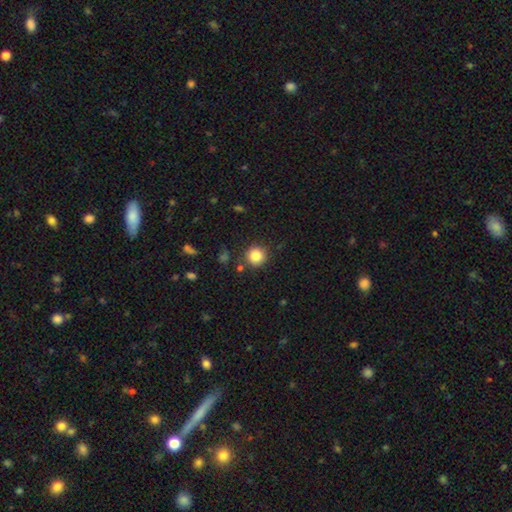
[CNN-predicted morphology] Overall: smooth (85%). How rounded: round (93%). Merging: none (87%).